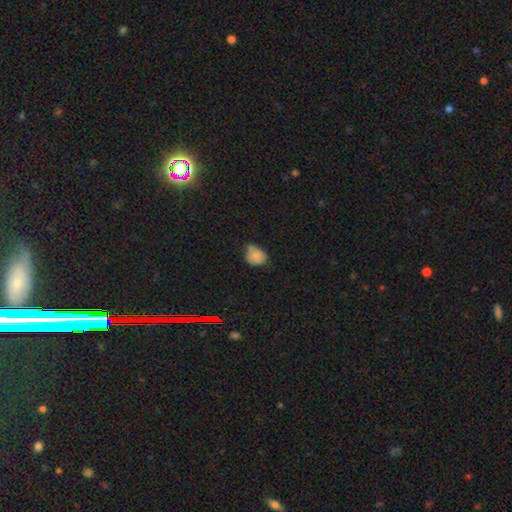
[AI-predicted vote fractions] A smooth galaxy with no disk features (80%) that is round (52%).

Vote fractions:
- Smooth or featured? smooth: 80% / star or artifact: 11% / featured or disk: 9%
- How rounded? round: 52% / in between: 47% / cigar-shaped: 1%
- Merging? minor disturbance: 44% / none: 43% / major disturbance: 9% / merger: 5%